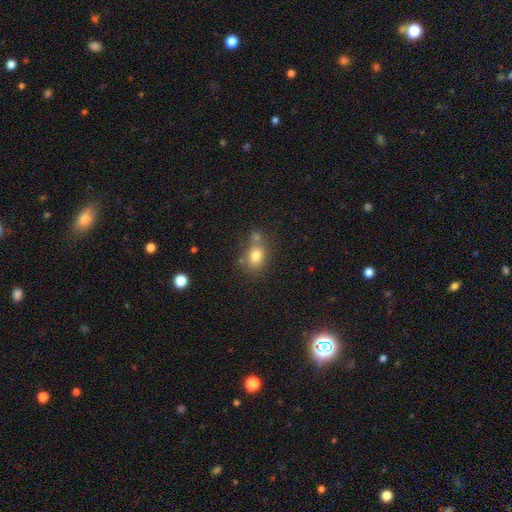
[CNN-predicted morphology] A smooth galaxy with no disk features (78%) that is in between round and cigar-shaped (58%). Merging: none (60%).